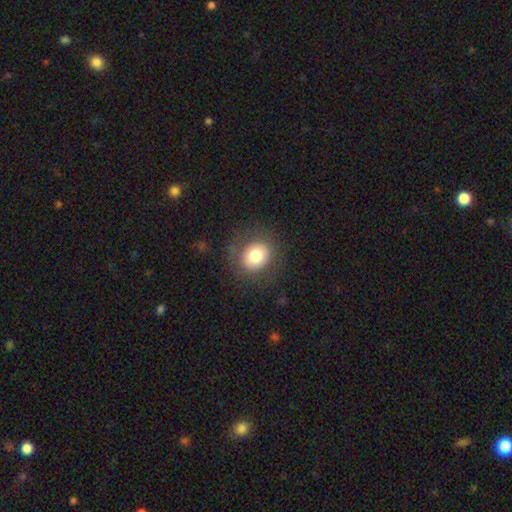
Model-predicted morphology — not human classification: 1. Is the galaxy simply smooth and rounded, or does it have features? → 77% smooth, 13% featured or disk, 10% star or artifact.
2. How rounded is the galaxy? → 74% round, 25% in between, 1% cigar-shaped.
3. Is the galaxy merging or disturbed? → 82% none, 11% minor disturbance, 6% major disturbance, 1% merger.